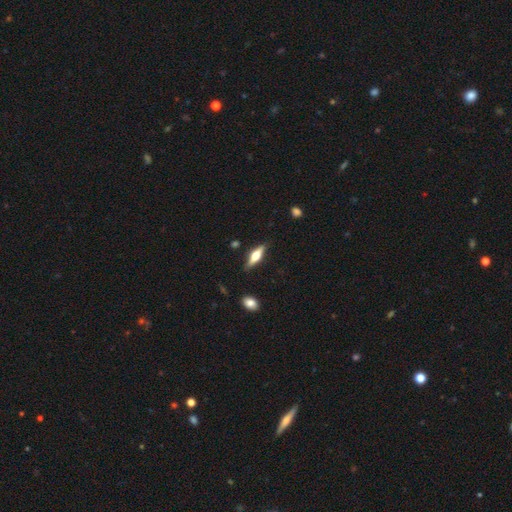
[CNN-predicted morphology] featured or disk 56%, smooth 38%, star or artifact 6%. Down the decision tree: edge-on disk — yes (94%); edge-on bulge — rounded (92%); merging — none (85%).